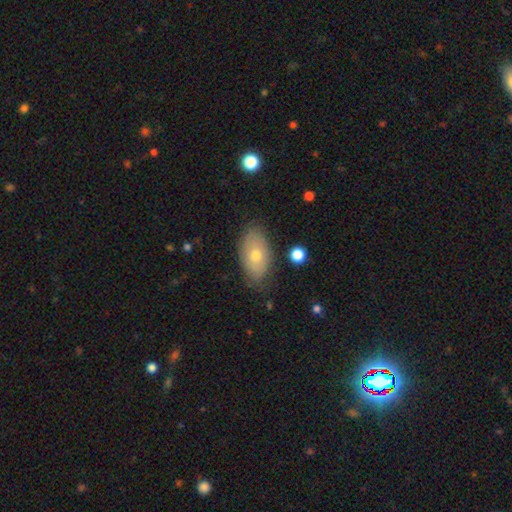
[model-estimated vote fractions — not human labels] Morphology: type=smooth (65%); roundness=in between (91%); merging=none (77%).